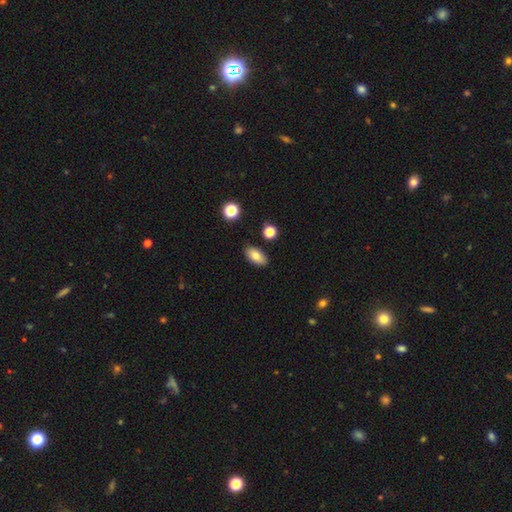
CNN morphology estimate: A smooth galaxy with no disk features (79%) that is in between round and cigar-shaped (90%).

Vote fractions:
- Smooth or featured? smooth: 79% / featured or disk: 13% / star or artifact: 9%
- How rounded? in between: 90% / round: 5% / cigar-shaped: 5%
- Merging? none: 86% / minor disturbance: 9% / merger: 2% / major disturbance: 2%